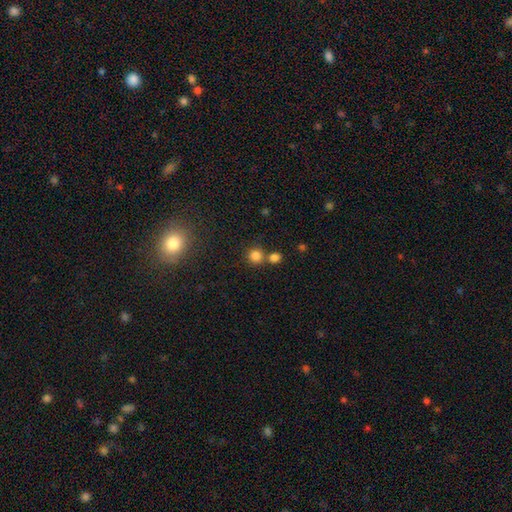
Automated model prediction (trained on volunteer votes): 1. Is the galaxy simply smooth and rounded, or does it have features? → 81% smooth, 14% star or artifact, 5% featured or disk.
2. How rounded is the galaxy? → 89% round, 10% in between, 1% cigar-shaped.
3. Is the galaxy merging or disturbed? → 63% none, 26% merger, 7% minor disturbance, 3% major disturbance.